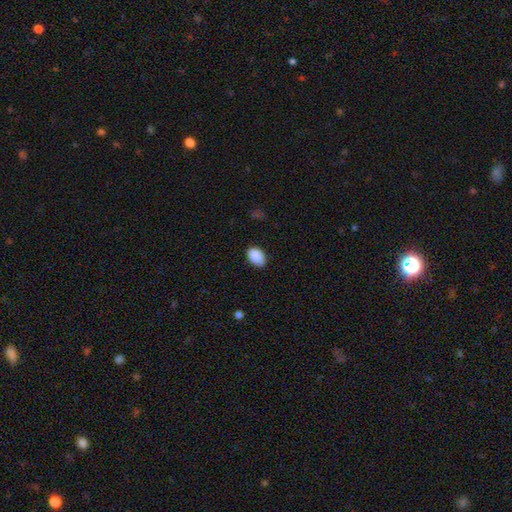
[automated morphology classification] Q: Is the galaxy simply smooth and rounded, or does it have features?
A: smooth — 89%.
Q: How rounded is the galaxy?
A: in between — 86%.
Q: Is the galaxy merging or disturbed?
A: none — 78%.